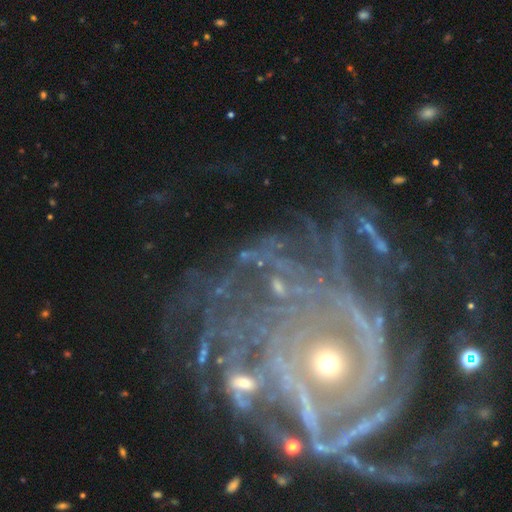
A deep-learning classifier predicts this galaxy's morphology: Smooth or featured? featured or disk (78%)
Edge-on disk? no (96%)
Bar? no (70%)
Spiral arms? yes (90%)
Spiral winding? tight (76%)
Spiral arm count? can't tell (30%)
Bulge size? small (63%)
Merging? none (60%)